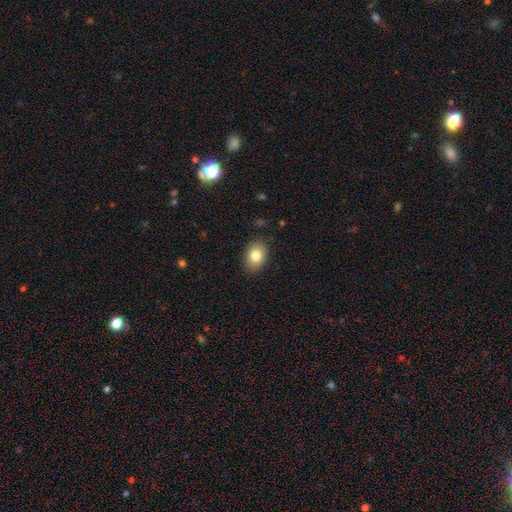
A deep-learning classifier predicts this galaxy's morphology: smooth-or-featured: smooth: 81% | featured or disk: 11% | star or artifact: 9%
  how-rounded: in between: 75% | round: 24% | cigar-shaped: 1%
  merging: none: 86% | minor disturbance: 10% | major disturbance: 2% | merger: 1%